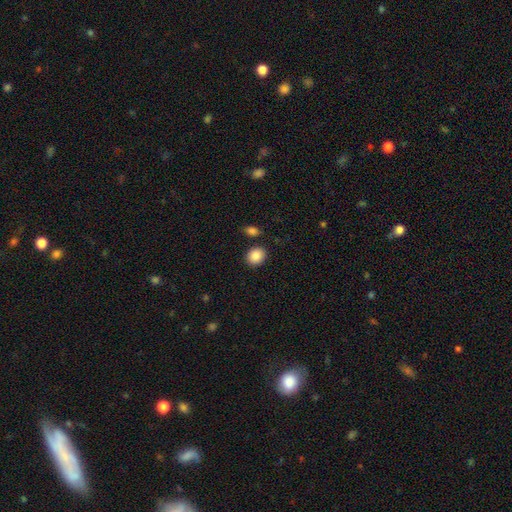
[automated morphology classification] smooth-or-featured: smooth: 89% | star or artifact: 8% | featured or disk: 4%
  how-rounded: round: 59% | in between: 40% | cigar-shaped: 1%
  merging: none: 84% | minor disturbance: 9% | merger: 5% | major disturbance: 3%